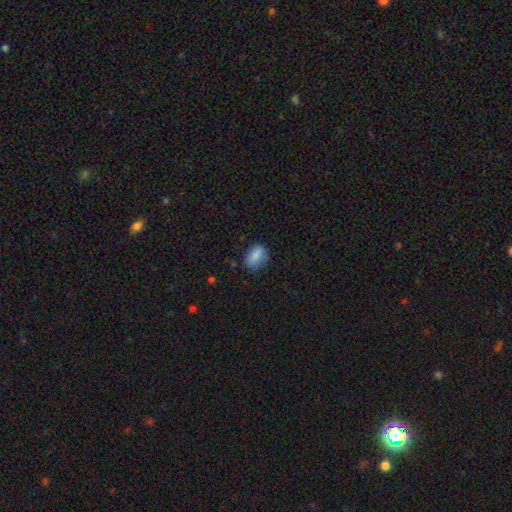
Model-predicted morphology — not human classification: A smooth galaxy with no disk features (81%) that is in between round and cigar-shaped (74%).

Vote fractions:
- Smooth or featured? smooth: 81% / featured or disk: 11% / star or artifact: 8%
- How rounded? in between: 74% / round: 23% / cigar-shaped: 4%
- Merging? none: 70% / minor disturbance: 23% / major disturbance: 6% / merger: 2%